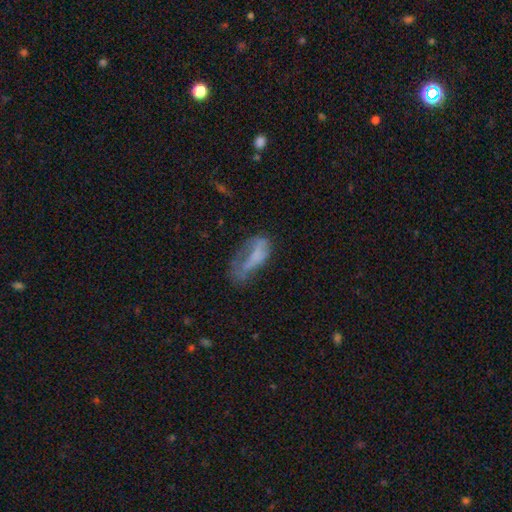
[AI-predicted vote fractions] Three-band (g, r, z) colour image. It shows a smooth galaxy with no disk features (52%) that is in between round and cigar-shaped (73%). Merging: major disturbance (42%).